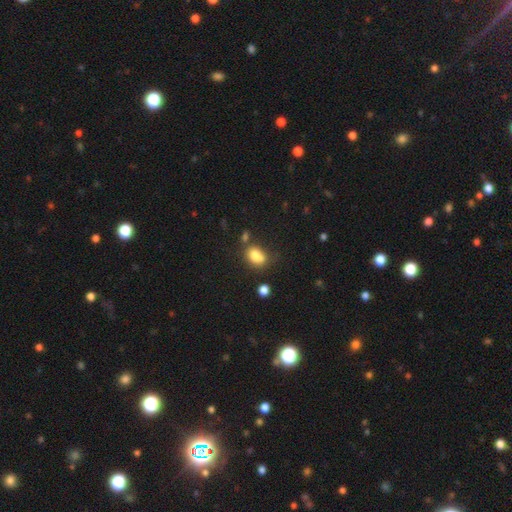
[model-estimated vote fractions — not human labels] A smooth galaxy with no disk features (80%) that is in between round and cigar-shaped (66%).

Vote fractions:
- Smooth or featured? smooth: 80% / star or artifact: 10% / featured or disk: 10%
- How rounded? in between: 66% / round: 32% / cigar-shaped: 1%
- Merging? none: 49% / merger: 23% / minor disturbance: 21% / major disturbance: 7%